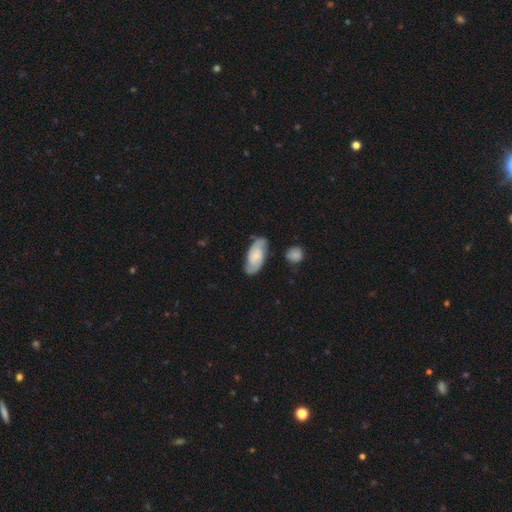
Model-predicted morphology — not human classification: Smooth or featured? Predicted: featured or disk (p=0.57). Edge-on disk? Predicted: no (p=0.93). Bar? Predicted: no (p=0.62). Spiral arms? Predicted: yes (p=0.91). Bulge size? Predicted: small (p=0.46). Merging? Predicted: none (p=0.74).